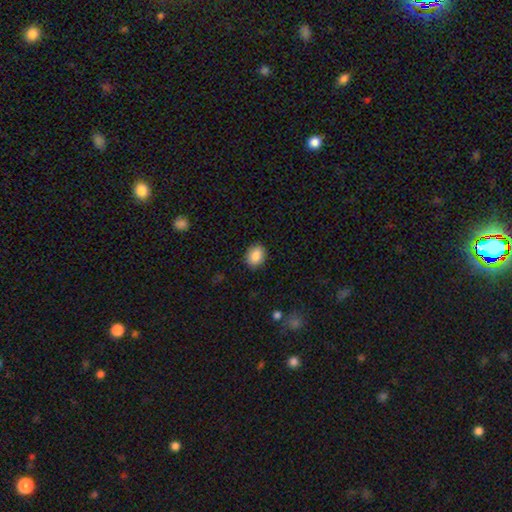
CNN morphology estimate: Smooth or featured?
  - smooth: 88% *
  - star or artifact: 8%
  - featured or disk: 5%
How rounded?
  - in between: 62% *
  - round: 37%
  - cigar-shaped: 1%
Merging?
  - none: 88% *
  - minor disturbance: 9%
  - major disturbance: 2%
  - merger: 1%